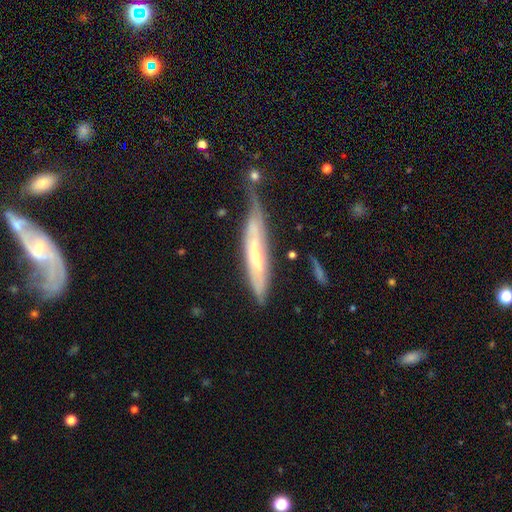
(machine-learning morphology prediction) smooth-or-featured: featured or disk: 66% | smooth: 28% | star or artifact: 6%
  disk-edge-on: yes: 58% | no: 42%
  merging: none: 47% | minor disturbance: 32% | major disturbance: 13% | merger: 8%